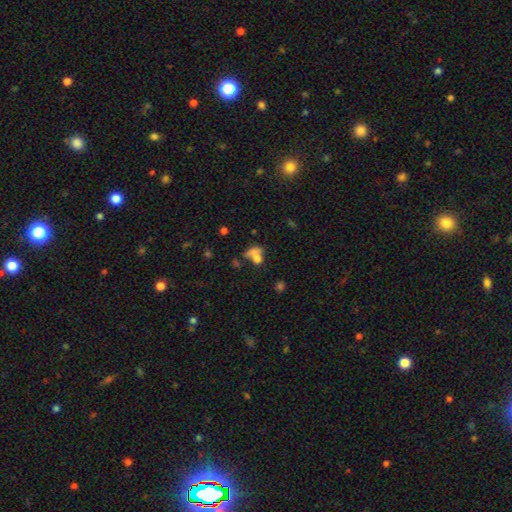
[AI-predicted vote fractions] The model was most divided on "merging": merger: 51%, none: 25%, major disturbance: 13%, minor disturbance: 11%. More confident: smooth or featured — smooth (64%); how rounded — in between (63%).